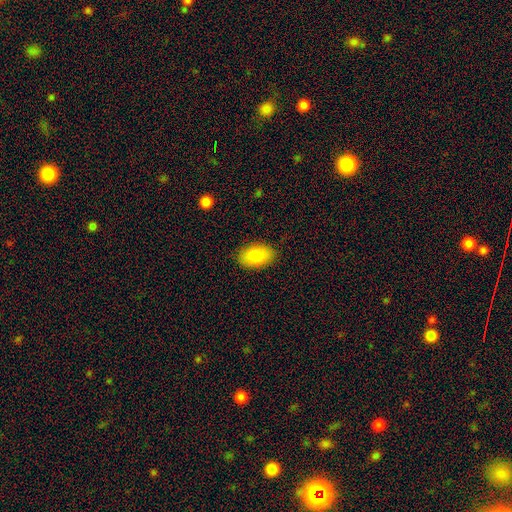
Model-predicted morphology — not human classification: type=smooth (84%); roundness=in between (91%); merging=none (87%).